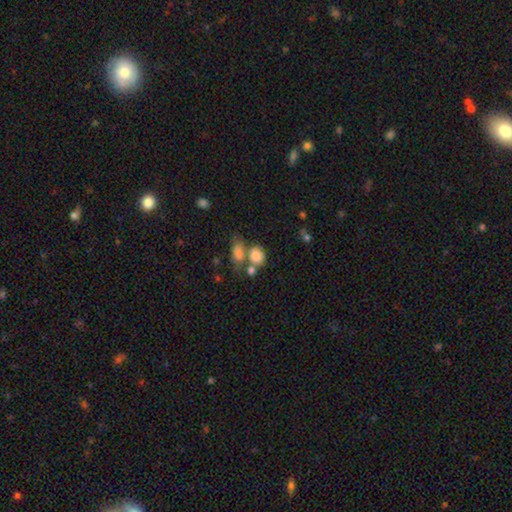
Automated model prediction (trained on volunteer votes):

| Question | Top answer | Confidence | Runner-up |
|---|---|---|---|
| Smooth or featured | smooth | 82% | star or artifact (10%) |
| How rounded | round | 50% | in between (48%) |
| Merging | merger | 41% | none (38%) |